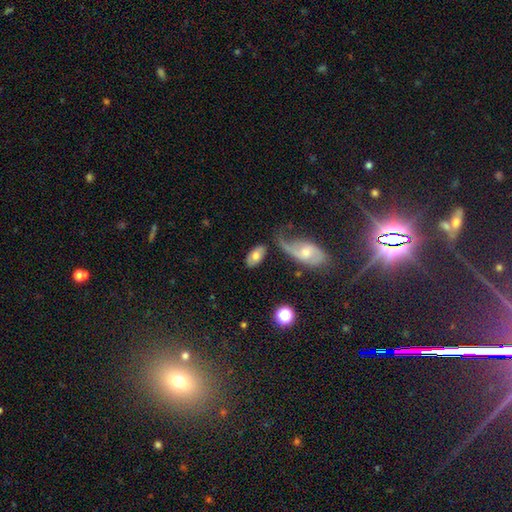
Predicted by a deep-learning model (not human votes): smooth-or-featured: smooth: 67% | featured or disk: 27% | star or artifact: 6%
  how-rounded: in between: 93% | round: 4% | cigar-shaped: 3%
  merging: none: 63% | minor disturbance: 17% | merger: 12% | major disturbance: 9%